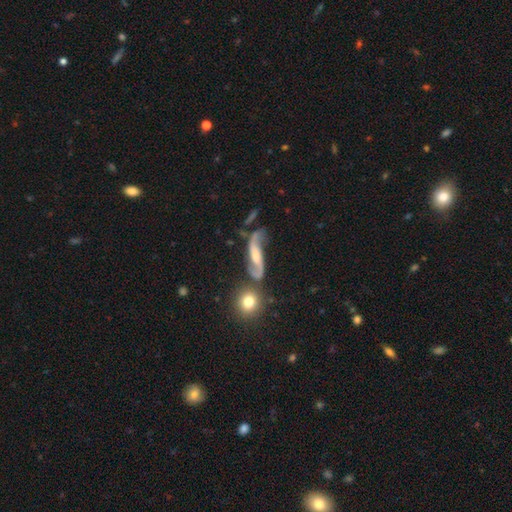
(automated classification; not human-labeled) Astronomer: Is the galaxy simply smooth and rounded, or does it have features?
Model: featured or disk — 79%.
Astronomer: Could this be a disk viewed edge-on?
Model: no — 88%.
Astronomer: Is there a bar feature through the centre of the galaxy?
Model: weak — 39% (runner-up: no, 36%).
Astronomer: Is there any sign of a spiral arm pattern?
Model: yes — 93%.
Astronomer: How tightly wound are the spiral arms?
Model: loose — 72%.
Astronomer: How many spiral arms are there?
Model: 2 — 91%.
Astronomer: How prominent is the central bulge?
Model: moderate — 44% (runner-up: small, 37%).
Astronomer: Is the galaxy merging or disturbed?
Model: none — 52%.